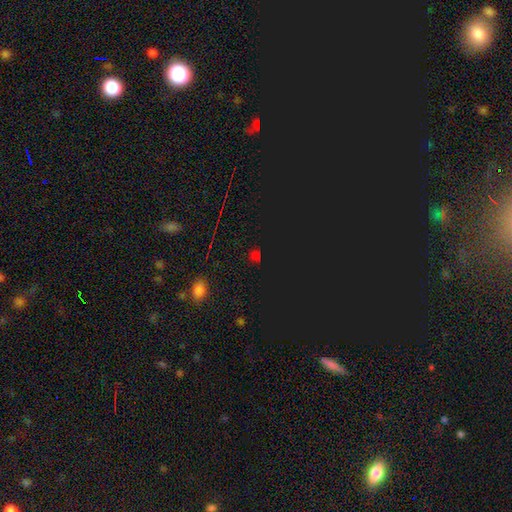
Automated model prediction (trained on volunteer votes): This is likely a star or artifact rather than a galaxy (69%).